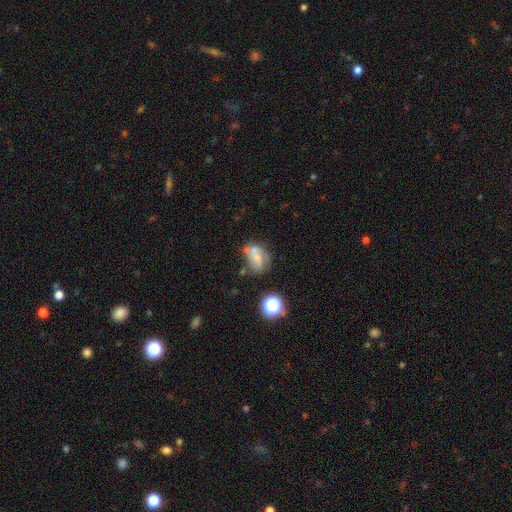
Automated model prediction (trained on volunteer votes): Smooth or featured: smooth — 47% (featured or disk — 37%)
Merging: none — 35% (minor disturbance — 26%)